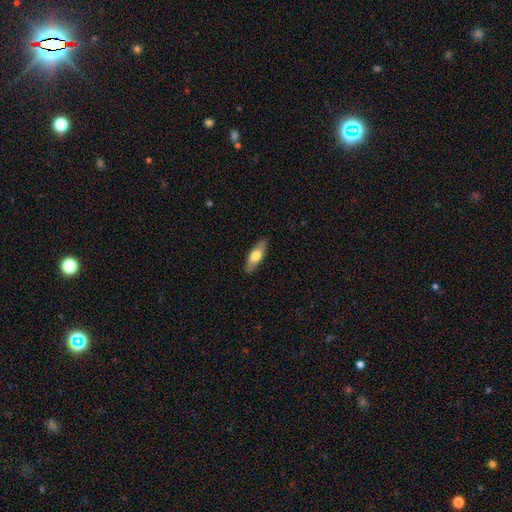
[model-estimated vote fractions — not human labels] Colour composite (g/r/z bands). It shows a smooth galaxy with no disk features (67%) that is in between round and cigar-shaped (64%). Merging: none (87%).